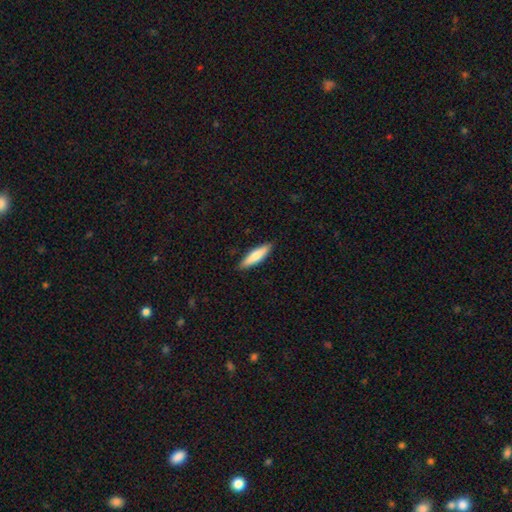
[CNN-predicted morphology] Smooth or featured? Predicted: smooth (p=0.71). How rounded? Predicted: cigar-shaped (p=0.73). Merging? Predicted: none (p=0.89).